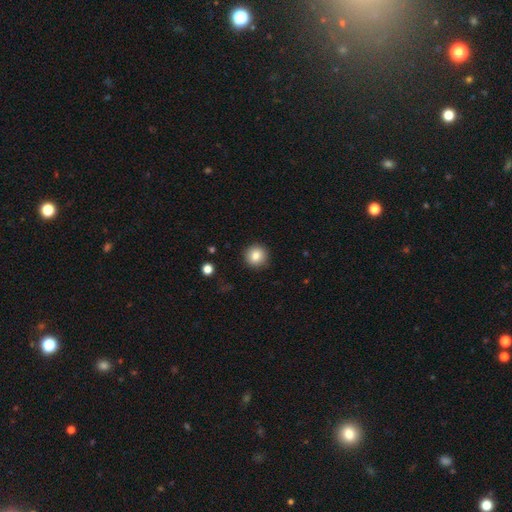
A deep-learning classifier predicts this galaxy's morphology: Smooth or featured? smooth (84%)
How rounded? round (94%)
Merging? none (91%)